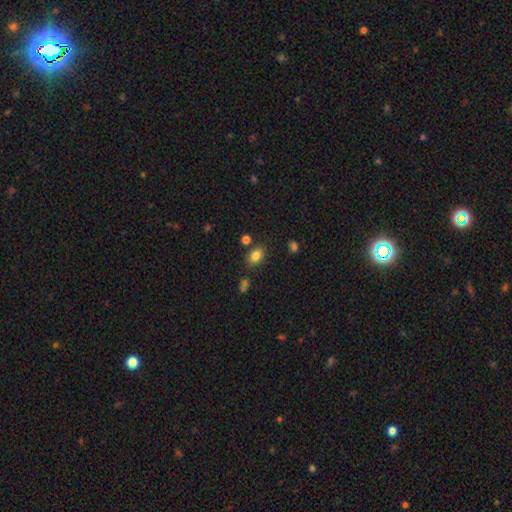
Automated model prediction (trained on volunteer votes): smooth_or_featured: smooth (p=0.82) [alt: star or artifact p=0.11]
how_rounded: in between (p=0.74) [alt: round p=0.24]
merging: none (p=0.77) [alt: minor disturbance p=0.13]